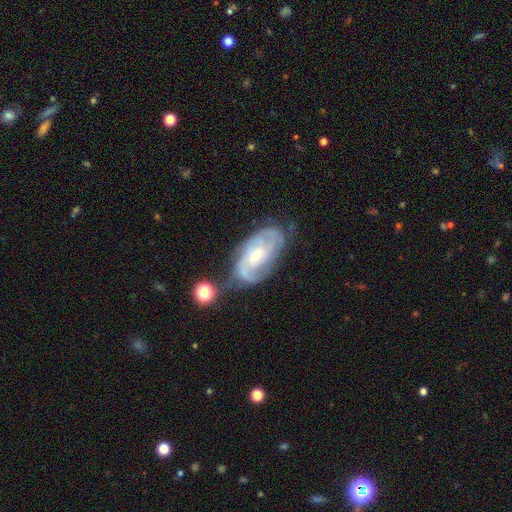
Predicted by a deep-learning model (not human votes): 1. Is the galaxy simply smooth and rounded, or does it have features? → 81% featured or disk, 13% smooth, 6% star or artifact.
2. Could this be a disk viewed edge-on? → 95% no, 5% yes.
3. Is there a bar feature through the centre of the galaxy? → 49% no, 43% weak, 9% strong.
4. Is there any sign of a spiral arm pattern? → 94% yes, 6% no.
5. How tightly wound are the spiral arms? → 49% tight, 40% medium, 11% loose.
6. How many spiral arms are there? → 47% 2, 26% can't tell, 16% 3, 5% 1, 4% 4, 3% more than 4.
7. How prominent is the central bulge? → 47% small, 45% moderate, 3% none, 3% large, 1% dominant.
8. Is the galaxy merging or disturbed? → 55% none, 26% minor disturbance, 13% major disturbance, 6% merger.